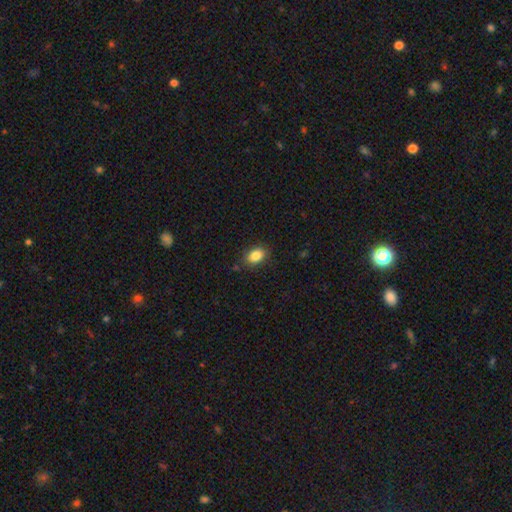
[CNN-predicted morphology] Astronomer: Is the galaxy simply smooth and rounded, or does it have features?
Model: smooth — 86%.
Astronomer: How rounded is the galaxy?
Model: in between — 81%.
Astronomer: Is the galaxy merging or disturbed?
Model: none — 85%.